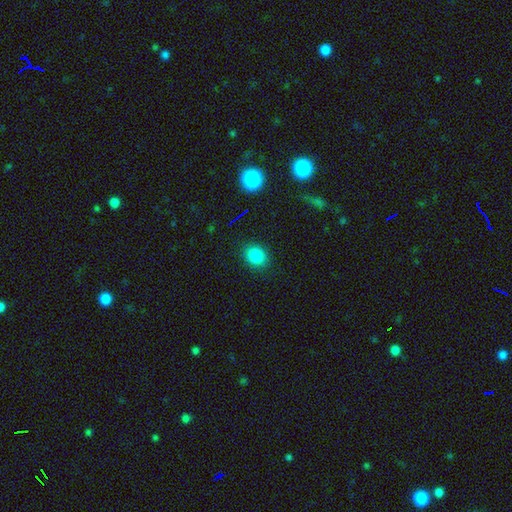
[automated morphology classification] A smooth galaxy with no disk features (82%) that is round (53%).

Vote fractions:
- Smooth or featured? smooth: 82% / star or artifact: 13% / featured or disk: 5%
- How rounded? round: 53% / in between: 46% / cigar-shaped: 1%
- Merging? none: 88% / minor disturbance: 8% / major disturbance: 3% / merger: 1%